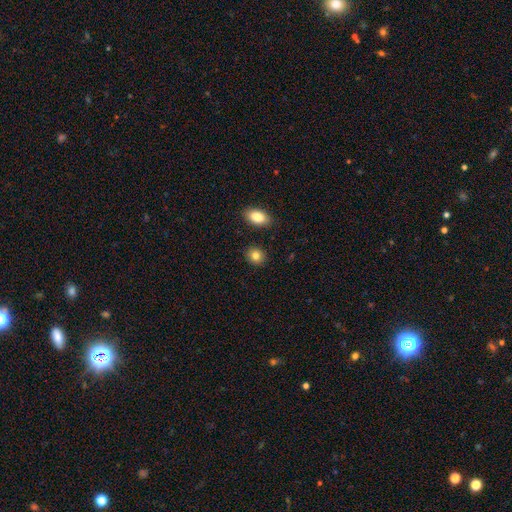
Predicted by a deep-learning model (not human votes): smooth-or-featured: smooth: 83% | star or artifact: 10% | featured or disk: 8%
  how-rounded: round: 62% | in between: 37% | cigar-shaped: 1%
  merging: none: 87% | minor disturbance: 8% | merger: 3% | major disturbance: 2%